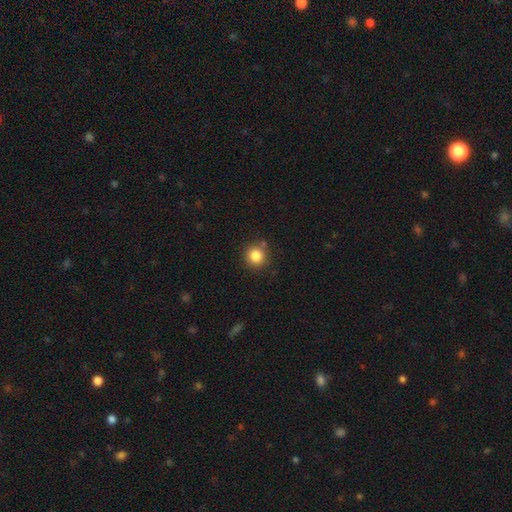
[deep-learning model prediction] Smooth or featured: smooth — 84% (star or artifact — 11%)
How rounded: round — 92% (in between — 7%)
Merging: none — 82% (minor disturbance — 10%)